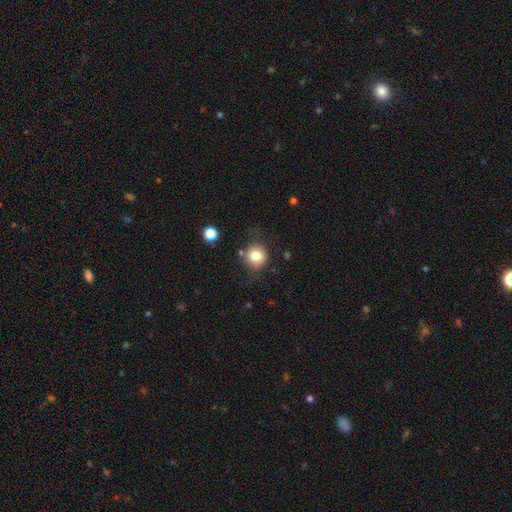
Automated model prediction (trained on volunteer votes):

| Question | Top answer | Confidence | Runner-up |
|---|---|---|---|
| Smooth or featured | smooth | 81% | star or artifact (11%) |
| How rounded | round | 90% | in between (9%) |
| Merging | none | 73% | minor disturbance (17%) |